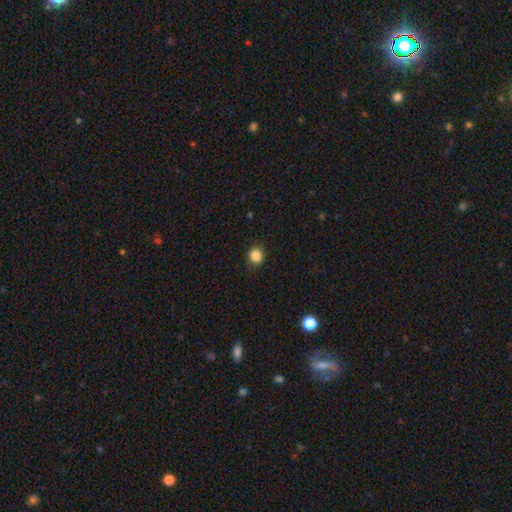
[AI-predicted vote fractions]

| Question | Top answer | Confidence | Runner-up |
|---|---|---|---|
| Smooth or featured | smooth | 86% | star or artifact (11%) |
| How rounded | round | 81% | in between (18%) |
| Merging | none | 86% | minor disturbance (10%) |